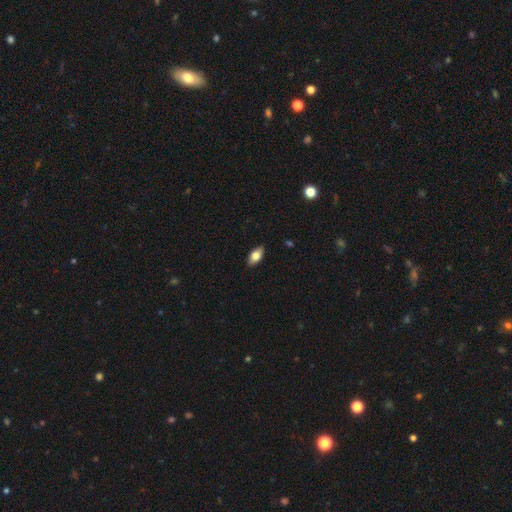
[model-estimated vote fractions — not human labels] A smooth galaxy with no disk features (74%) that is in between round and cigar-shaped (89%). Merging: none (88%).